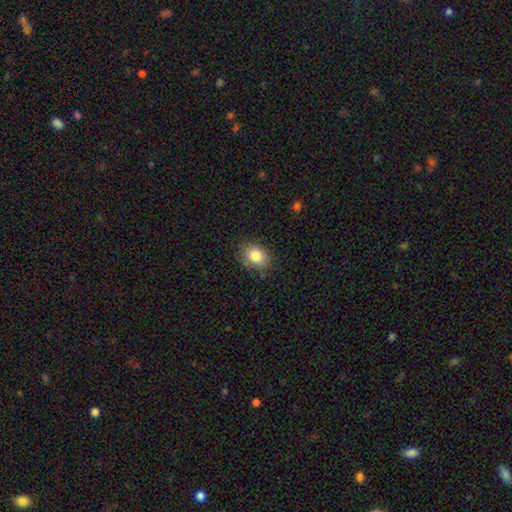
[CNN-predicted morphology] type=smooth (82%); roundness=in between (64%); merging=none (83%).